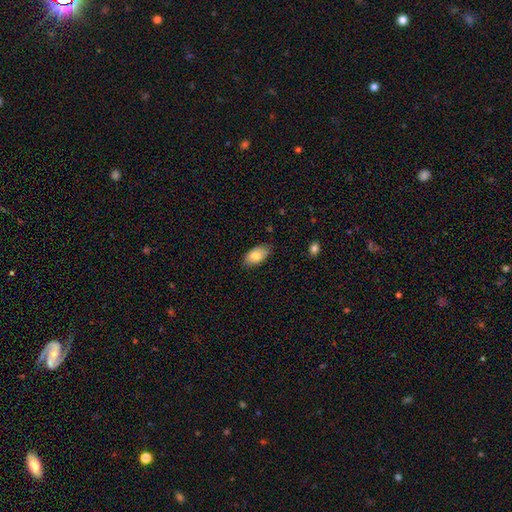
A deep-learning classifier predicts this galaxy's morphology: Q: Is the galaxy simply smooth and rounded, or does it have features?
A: smooth — 81%.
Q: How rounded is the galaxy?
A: in between — 94%.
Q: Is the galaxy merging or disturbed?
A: none — 80%.